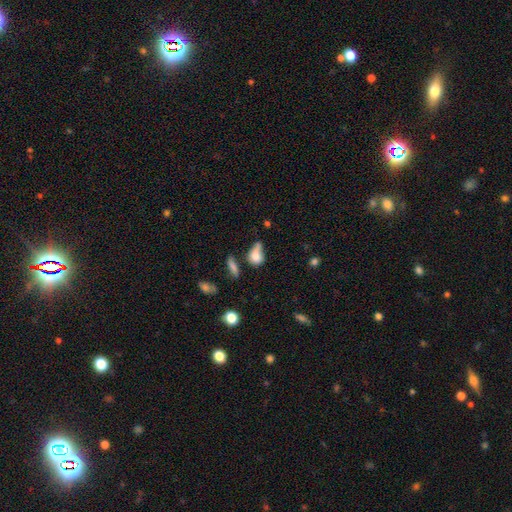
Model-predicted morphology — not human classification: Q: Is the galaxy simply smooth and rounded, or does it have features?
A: smooth — 74%.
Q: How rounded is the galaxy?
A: in between — 57%.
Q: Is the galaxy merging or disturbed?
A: none — 30%.